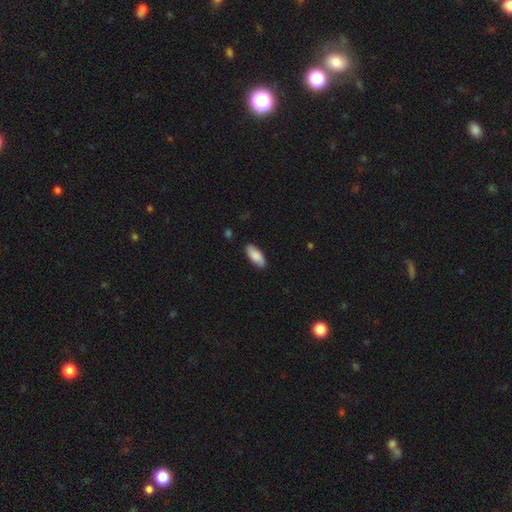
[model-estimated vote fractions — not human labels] Smooth or featured? Predicted: smooth (p=0.86). How rounded? Predicted: in between (p=0.84). Merging? Predicted: none (p=0.86).